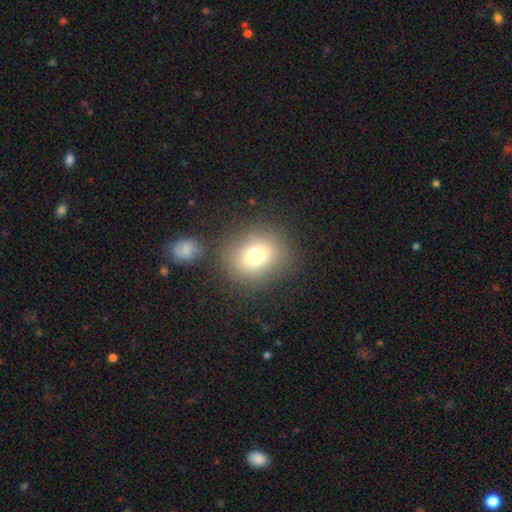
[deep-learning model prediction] This is likely a smooth galaxy (75%). How rounded: likely round (73%). Merging: likely none (78%).